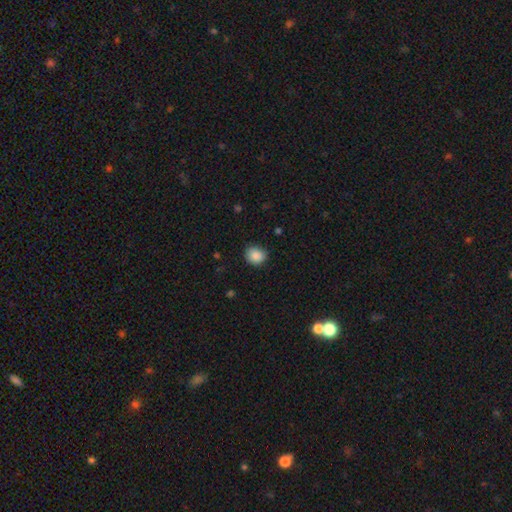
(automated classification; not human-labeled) Morphology: type=smooth (87%); roundness=round (75%); merging=none (81%).